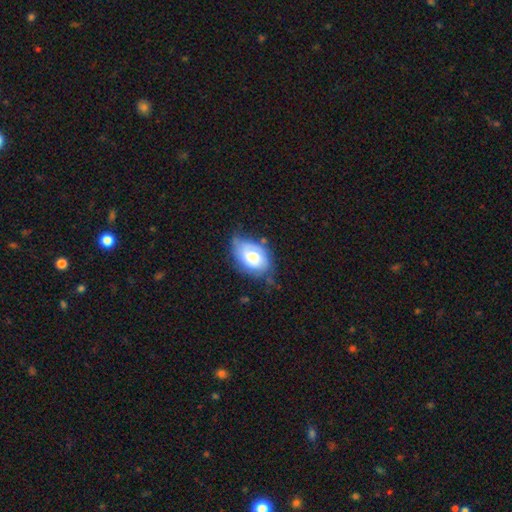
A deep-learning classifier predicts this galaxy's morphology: The model was most divided on "smooth or featured" (2-way tie): featured or disk: 45%, smooth: 45%, star or artifact: 10%. More confident: merging — none (52%).